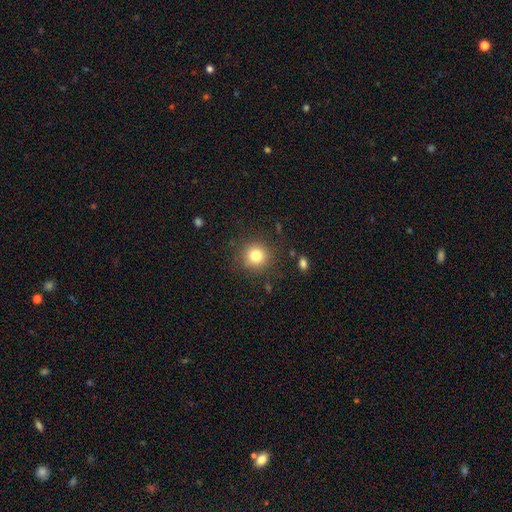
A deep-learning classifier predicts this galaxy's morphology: type=smooth (80%); roundness=round (92%); merging=none (87%).